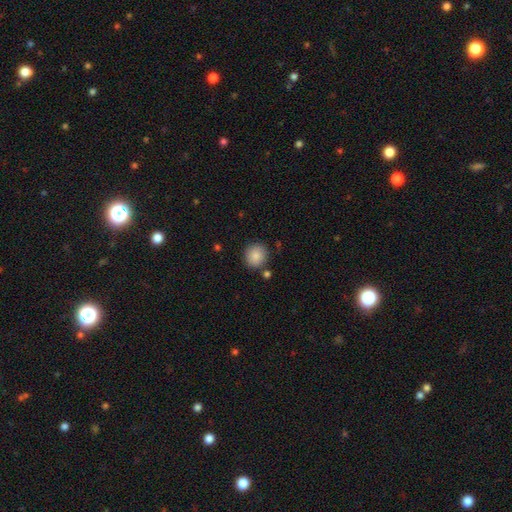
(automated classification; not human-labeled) Morphology: type=smooth (87%); roundness=round (83%); merging=none (84%).